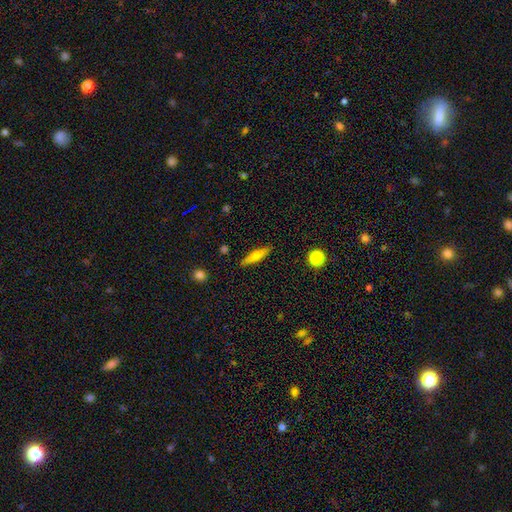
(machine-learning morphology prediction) Overall: smooth (54%; featured or disk 39%). How rounded: cigar-shaped (78%). Merging: none (89%).